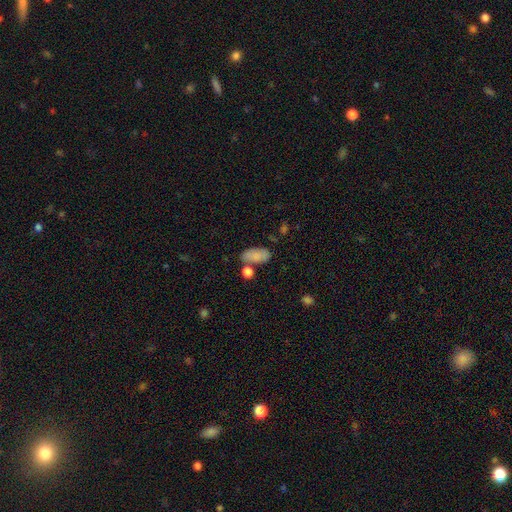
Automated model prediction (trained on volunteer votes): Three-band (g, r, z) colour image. It shows a smooth galaxy with no disk features (84%) that is in between round and cigar-shaped (91%). Merging: none (61%).